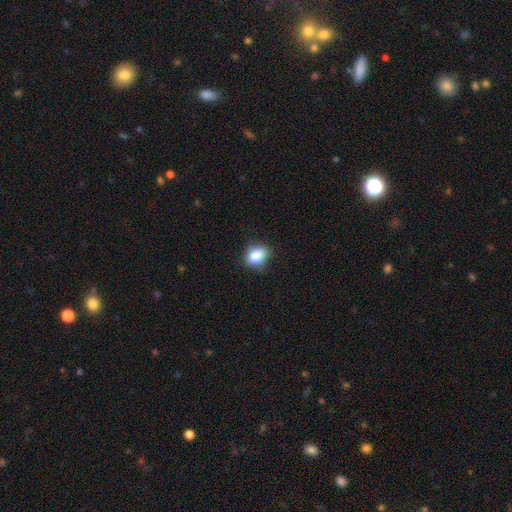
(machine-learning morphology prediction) Smooth or featured? smooth (84%)
How rounded? in between (60%)
Merging? none (76%)